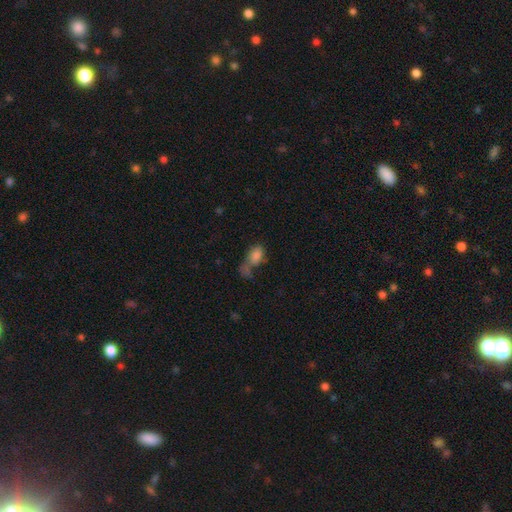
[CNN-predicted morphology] This is likely a smooth galaxy (77%). How rounded: clearly in between (85%). Merging: marginally merger (38%).